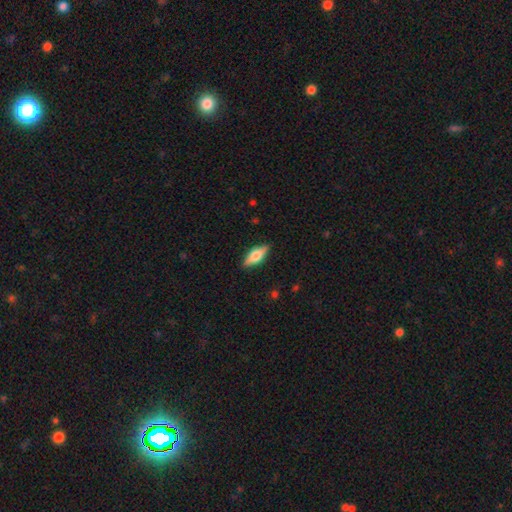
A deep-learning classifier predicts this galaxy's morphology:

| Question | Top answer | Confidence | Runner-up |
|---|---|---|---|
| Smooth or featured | smooth | 54% | featured or disk (39%) |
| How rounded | in between | 69% | cigar-shaped (28%) |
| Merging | none | 88% | minor disturbance (9%) |